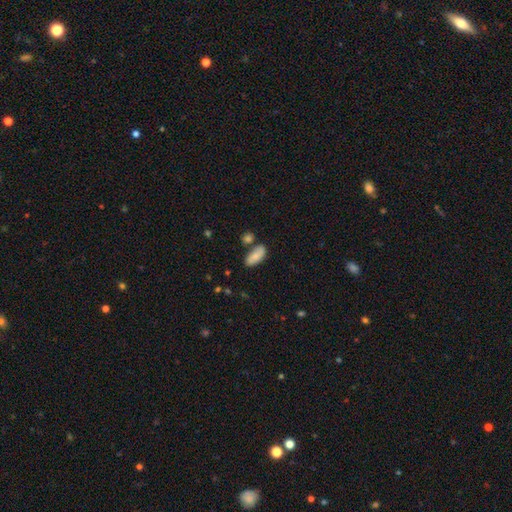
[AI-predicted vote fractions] Smooth or featured?
  - smooth: 82% *
  - featured or disk: 11%
  - star or artifact: 7%
How rounded?
  - in between: 85% *
  - cigar-shaped: 12%
  - round: 3%
Merging?
  - none: 65% *
  - minor disturbance: 16%
  - merger: 15%
  - major disturbance: 4%